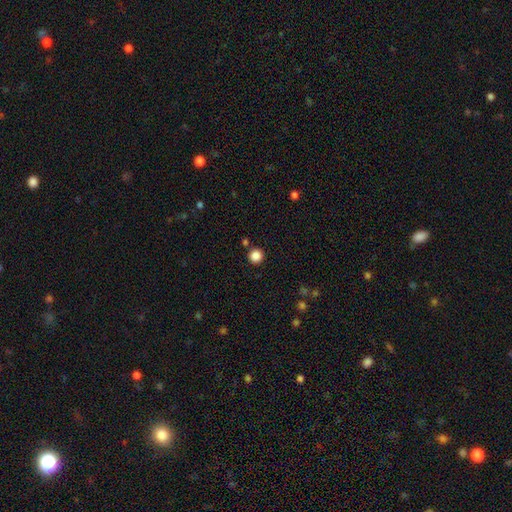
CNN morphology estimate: Smooth or featured? smooth (86%)
How rounded? round (95%)
Merging? none (89%)